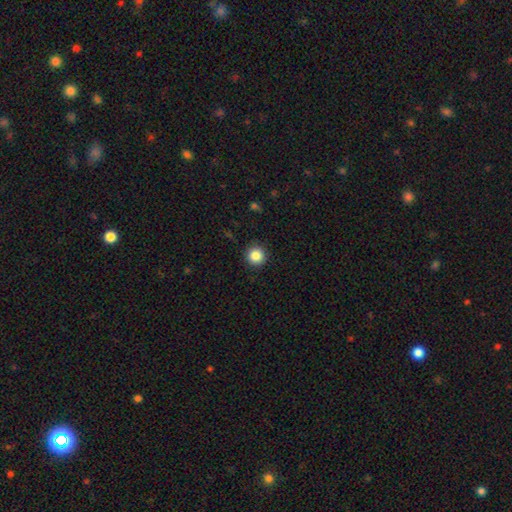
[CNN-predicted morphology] This is clearly a smooth galaxy (86%). How rounded: clearly round (96%). Merging: clearly none (92%).